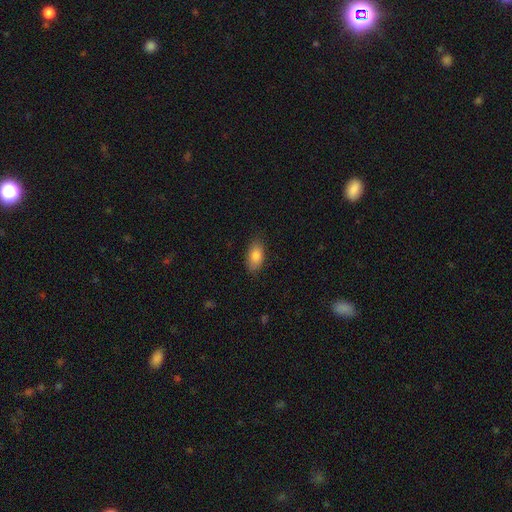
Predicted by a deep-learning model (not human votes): Smooth or featured? Predicted: smooth (p=0.83). How rounded? Predicted: in between (p=0.91). Merging? Predicted: none (p=0.83).